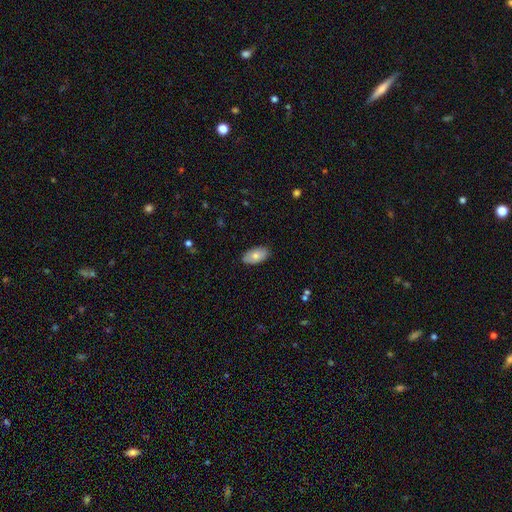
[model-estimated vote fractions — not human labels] smooth-or-featured: smooth: 76% | featured or disk: 17% | star or artifact: 7%
  how-rounded: in between: 94% | round: 3% | cigar-shaped: 2%
  merging: none: 87% | minor disturbance: 10% | major disturbance: 2% | merger: 1%